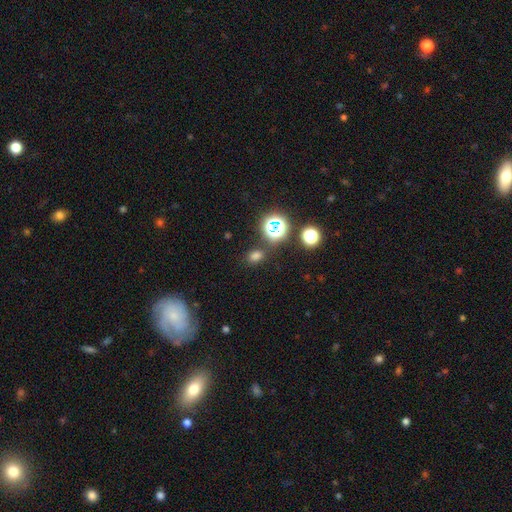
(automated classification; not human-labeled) A smooth galaxy with no disk features (67%) that is in between round and cigar-shaped (57%). Merging: none (79%).